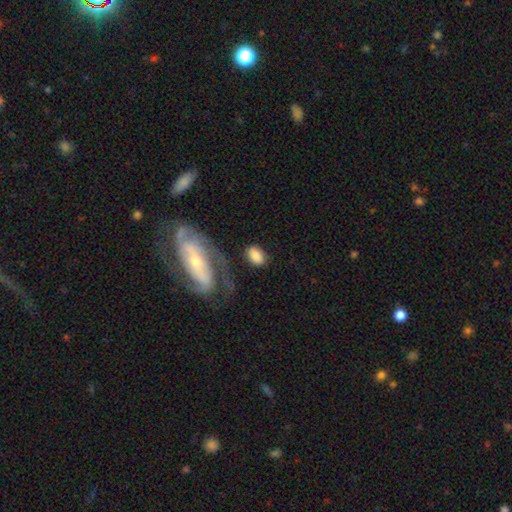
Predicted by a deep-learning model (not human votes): A smooth galaxy with no disk features (78%) that is in between round and cigar-shaped (86%).

Vote fractions:
- Smooth or featured? smooth: 78% / featured or disk: 15% / star or artifact: 6%
- How rounded? in between: 86% / round: 12% / cigar-shaped: 2%
- Merging? none: 69% / minor disturbance: 15% / major disturbance: 9% / merger: 7%